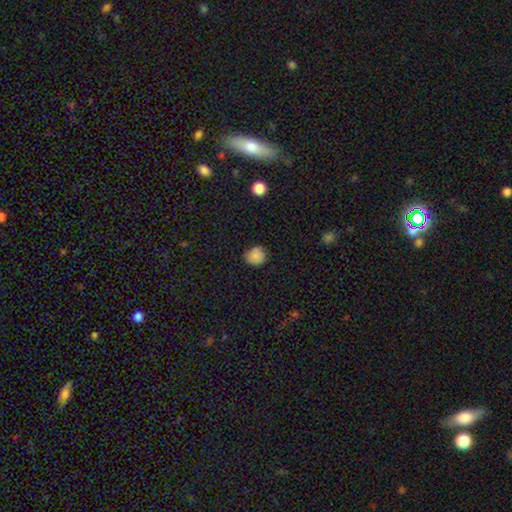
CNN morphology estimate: Smooth or featured: smooth — 85% (star or artifact — 10%)
How rounded: round — 86% (in between — 14%)
Merging: none — 81% (minor disturbance — 14%)